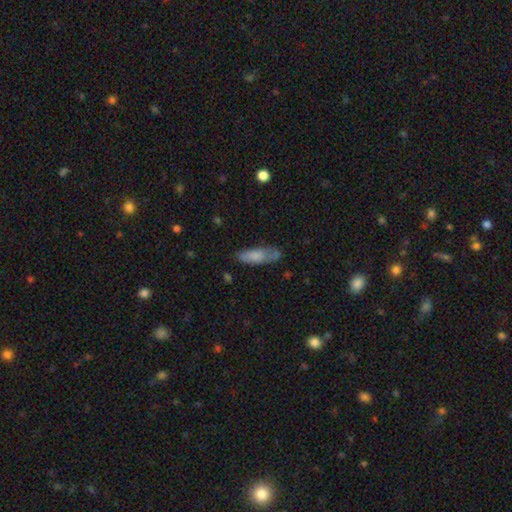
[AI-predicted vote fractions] Smooth or featured? smooth (74%)
How rounded? in between (56%)
Merging? none (58%)